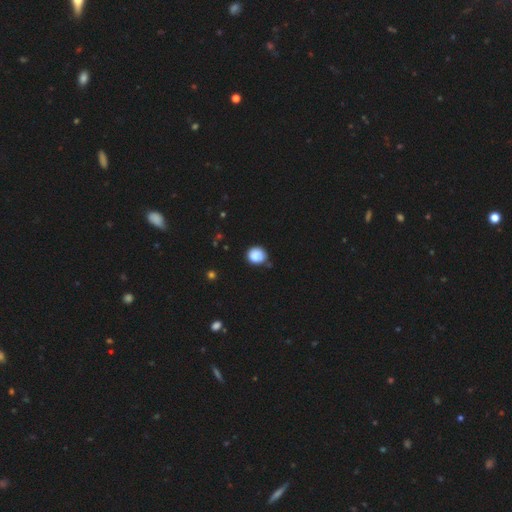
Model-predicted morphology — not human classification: Smooth or featured? smooth (84%)
How rounded? round (81%)
Merging? none (63%)